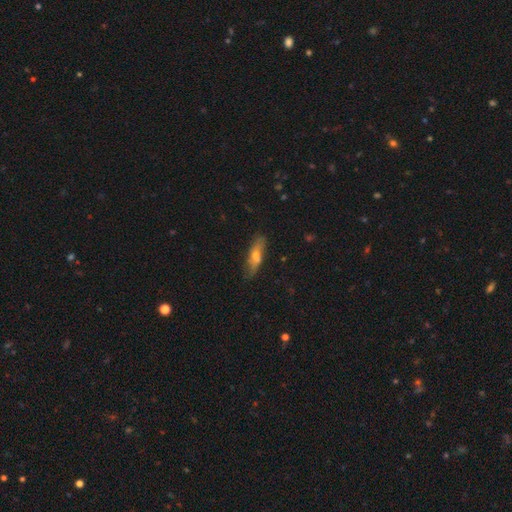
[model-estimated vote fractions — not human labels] Q: Smooth or featured?
A: smooth (50%); runner-up: featured or disk (42%)
Q: How rounded?
A: cigar-shaped (60%); runner-up: in between (37%)
Q: Merging?
A: none (72%); runner-up: minor disturbance (20%)